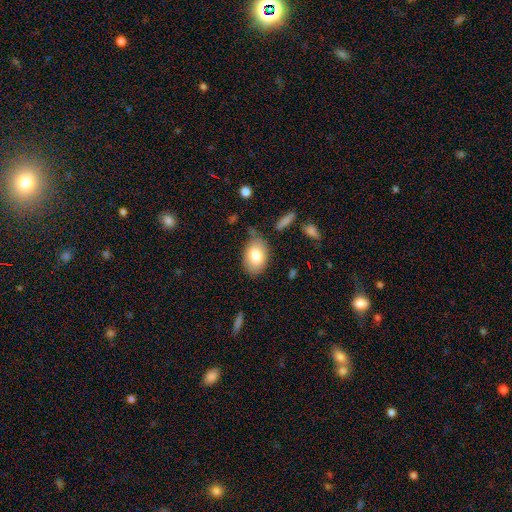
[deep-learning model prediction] smooth_or_featured: smooth (p=0.80) [alt: featured or disk p=0.13]
how_rounded: in between (p=0.87) [alt: round p=0.12]
merging: none (p=0.73) [alt: minor disturbance p=0.19]